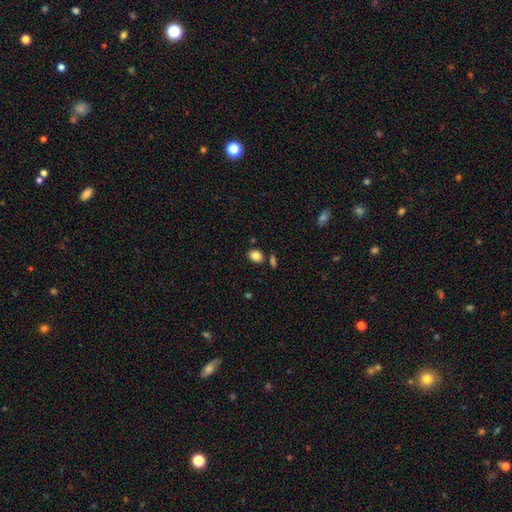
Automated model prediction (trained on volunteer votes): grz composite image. It shows a smooth galaxy with no disk features (84%) that is in between round and cigar-shaped (58%). Merging: none (78%).